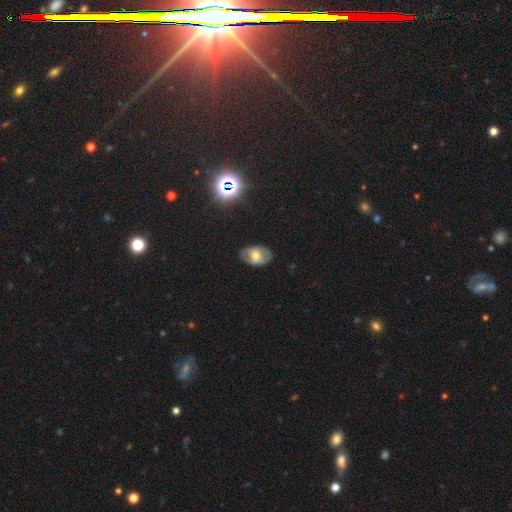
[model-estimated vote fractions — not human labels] Q: Smooth or featured?
A: smooth (47%); runner-up: featured or disk (42%)
Q: Merging?
A: none (73%); runner-up: minor disturbance (20%)